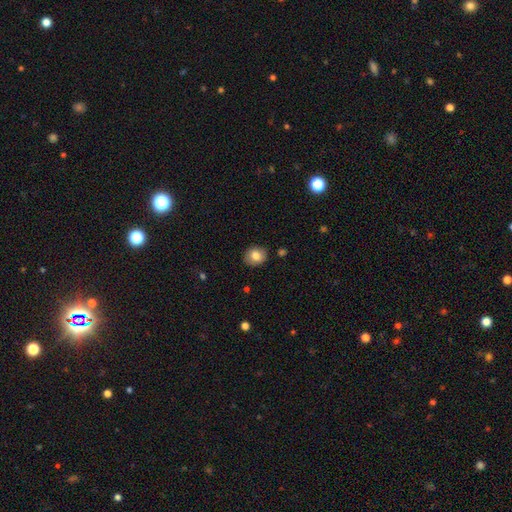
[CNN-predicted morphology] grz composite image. It shows a smooth galaxy with no disk features (80%) that is round (63%). Merging: none (86%).